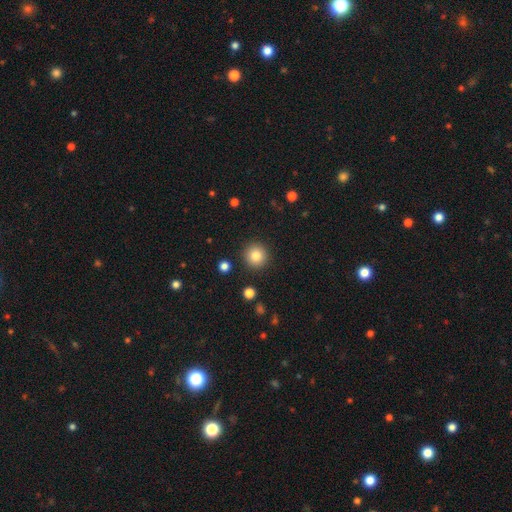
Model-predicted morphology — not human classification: Smooth or featured: smooth — 84% (star or artifact — 10%)
How rounded: round — 95% (in between — 4%)
Merging: none — 91% (minor disturbance — 5%)